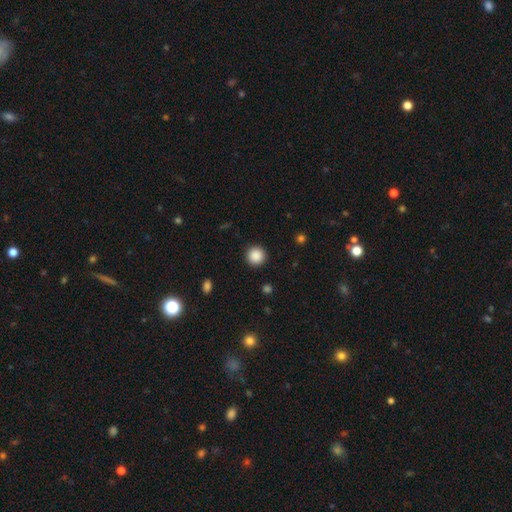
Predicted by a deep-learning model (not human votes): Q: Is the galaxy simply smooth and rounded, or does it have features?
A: smooth — 88%.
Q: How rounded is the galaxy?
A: round — 95%.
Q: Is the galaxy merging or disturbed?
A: none — 92%.